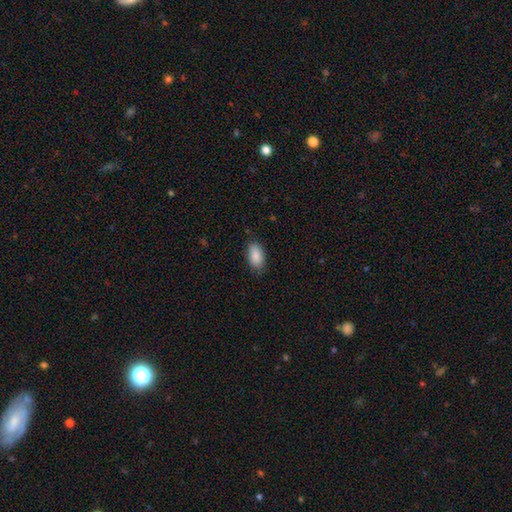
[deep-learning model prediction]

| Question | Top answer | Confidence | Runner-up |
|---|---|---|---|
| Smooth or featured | smooth | 89% | star or artifact (7%) |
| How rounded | in between | 93% | cigar-shaped (4%) |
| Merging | none | 83% | minor disturbance (13%) |